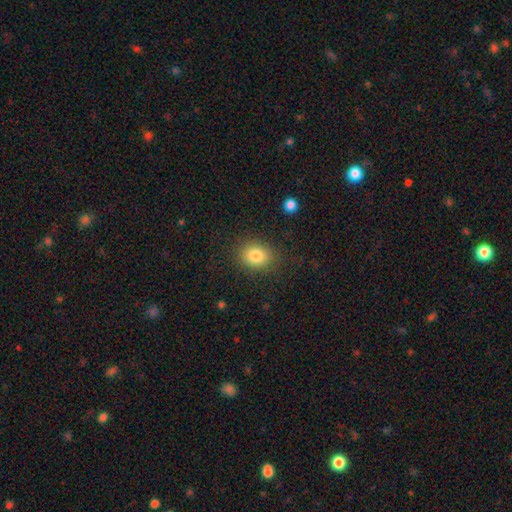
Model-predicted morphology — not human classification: smooth 82%, star or artifact 10%, featured or disk 8%. Down the decision tree: how rounded — round (55%); merging — none (83%).